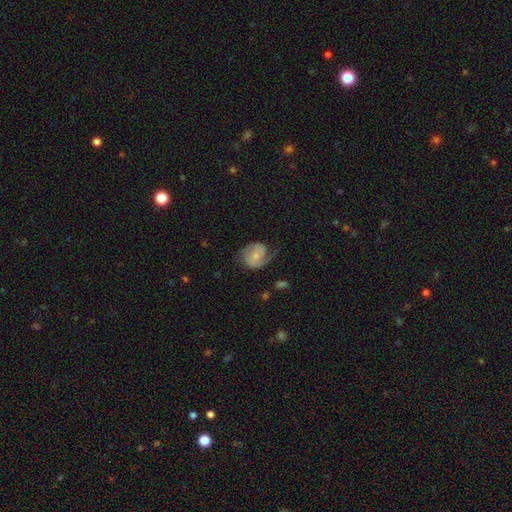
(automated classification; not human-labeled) Morphology: type=featured or disk (66%); edge-on=no (97%); bar=no (68%); spiral arms=yes (89%); winding=medium (40%); arm count=2 (52%); bulge=small (58%); merging=none (50%).